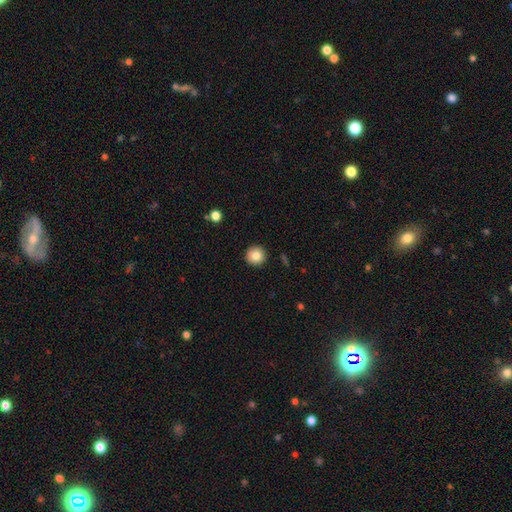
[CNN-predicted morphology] smooth-or-featured: smooth: 85% | star or artifact: 9% | featured or disk: 6%
  how-rounded: round: 95% | in between: 4% | cigar-shaped: 1%
  merging: none: 92% | minor disturbance: 5% | major disturbance: 2% | merger: 1%